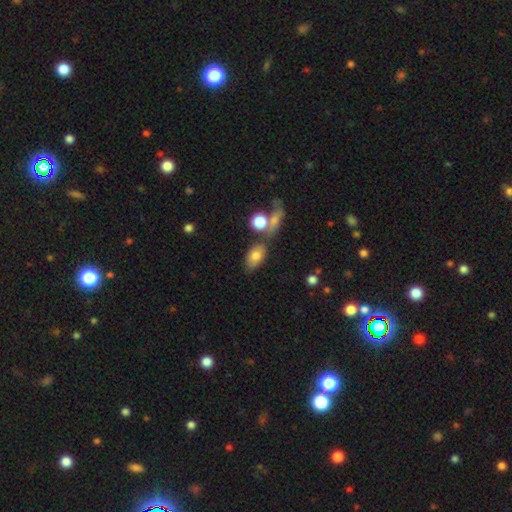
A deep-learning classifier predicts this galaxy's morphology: Smooth or featured?
  - smooth: 76% *
  - featured or disk: 15%
  - star or artifact: 8%
How rounded?
  - in between: 87% *
  - round: 10%
  - cigar-shaped: 3%
Merging?
  - none: 61% *
  - merger: 18%
  - minor disturbance: 15%
  - major disturbance: 7%